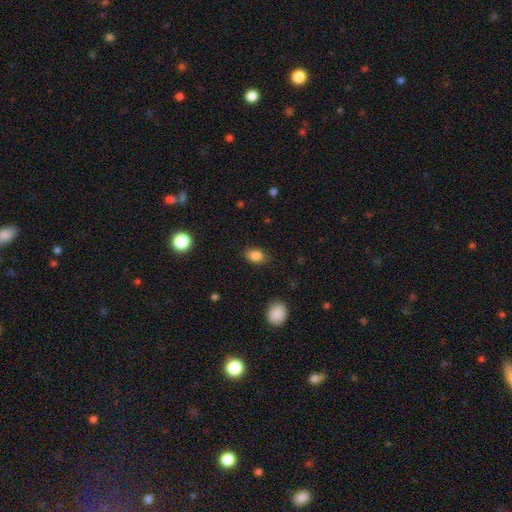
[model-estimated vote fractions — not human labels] A smooth galaxy with no disk features (85%) that is in between round and cigar-shaped (83%). Merging: none (85%).